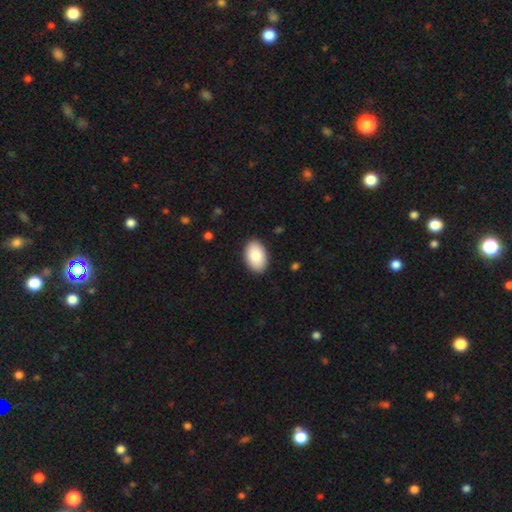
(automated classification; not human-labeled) Smooth or featured: smooth — 86% (featured or disk — 9%)
How rounded: in between — 93% (round — 6%)
Merging: none — 90% (minor disturbance — 8%)